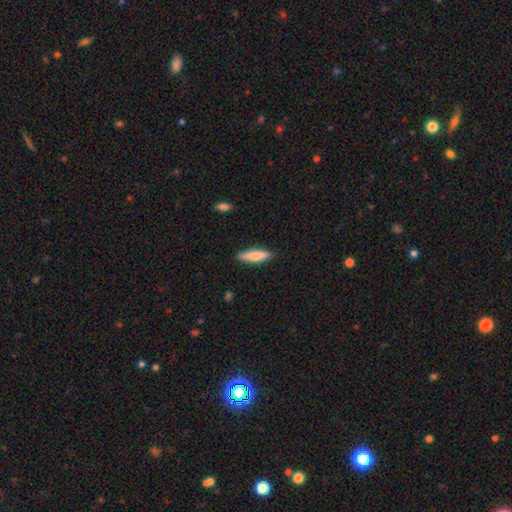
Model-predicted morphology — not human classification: Smooth or featured? Predicted: smooth (p=0.78). How rounded? Predicted: cigar-shaped (p=0.66). Merging? Predicted: none (p=0.87).